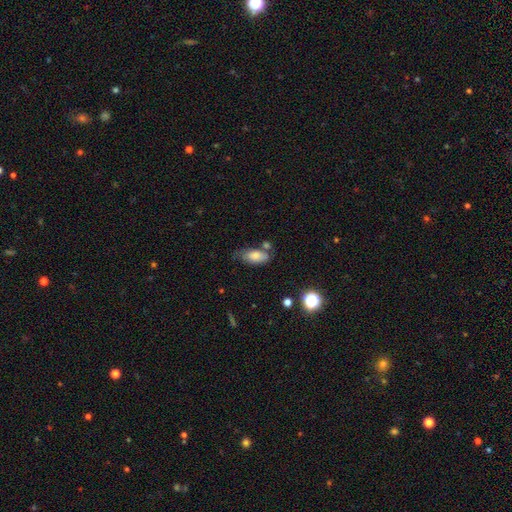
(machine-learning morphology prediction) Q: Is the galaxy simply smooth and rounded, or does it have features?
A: smooth — 76%.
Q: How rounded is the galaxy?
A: in between — 87%.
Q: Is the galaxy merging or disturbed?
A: none — 53%.